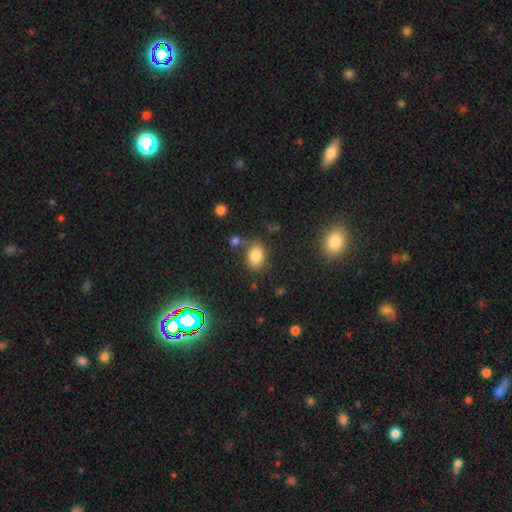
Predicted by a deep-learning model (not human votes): Smooth or featured: smooth — 80% (star or artifact — 12%)
How rounded: in between — 67% (round — 32%)
Merging: none — 68% (minor disturbance — 15%)